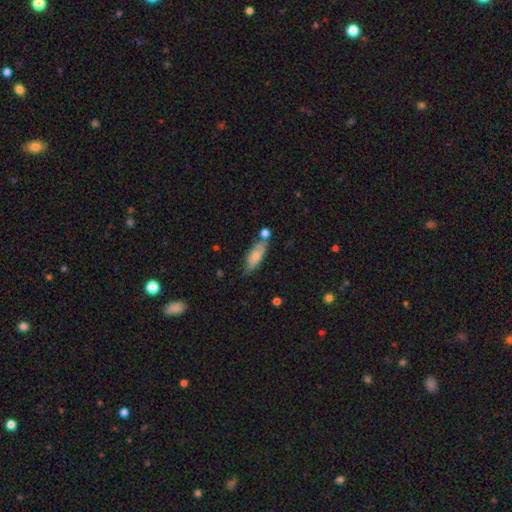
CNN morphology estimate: Smooth or featured: smooth — 71% (featured or disk — 23%)
How rounded: in between — 71% (cigar-shaped — 26%)
Merging: none — 60% (minor disturbance — 22%)